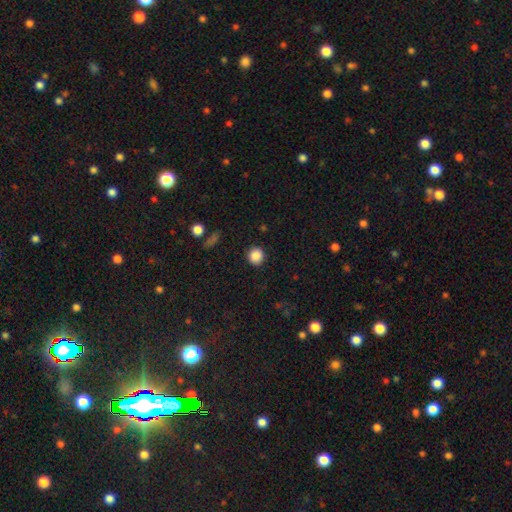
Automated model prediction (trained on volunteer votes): Q: Smooth or featured?
A: smooth (87%); runner-up: star or artifact (10%)
Q: How rounded?
A: round (89%); runner-up: in between (10%)
Q: Merging?
A: none (90%); runner-up: minor disturbance (7%)